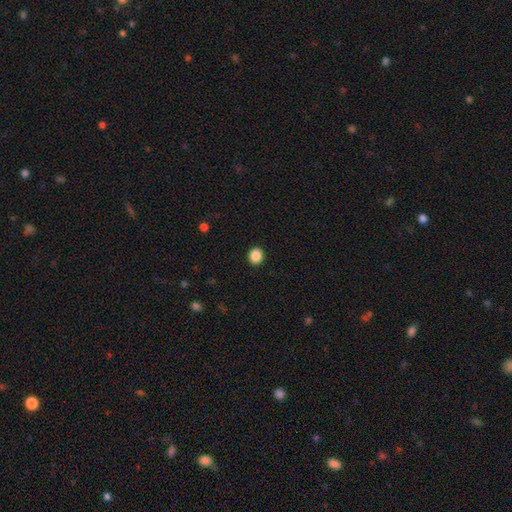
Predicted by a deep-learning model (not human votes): This is clearly a smooth galaxy (88%). How rounded: likely round (76%). Merging: clearly none (92%).